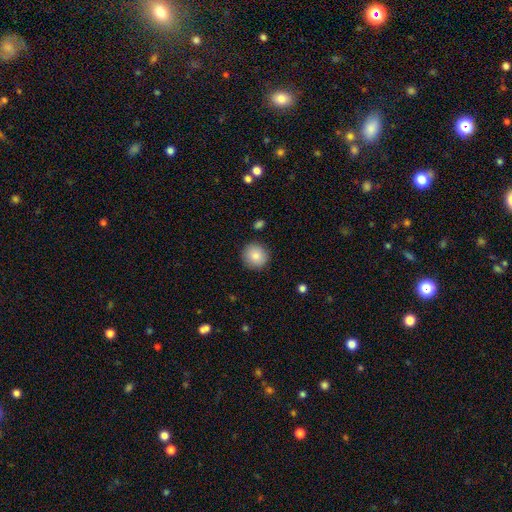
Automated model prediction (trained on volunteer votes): smooth-or-featured: smooth: 84% | star or artifact: 8% | featured or disk: 8%
  how-rounded: round: 92% | in between: 7% | cigar-shaped: 1%
  merging: none: 89% | minor disturbance: 7% | major disturbance: 2% | merger: 2%